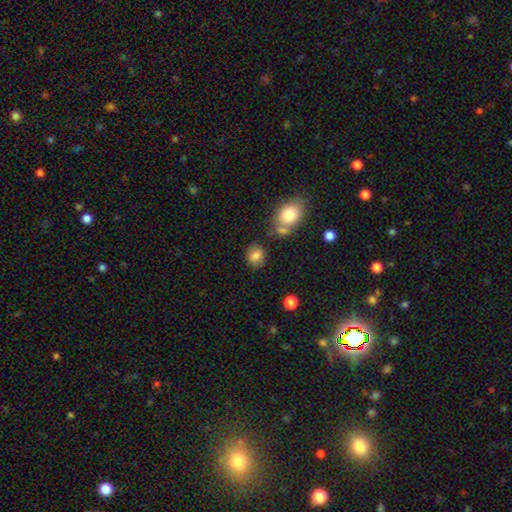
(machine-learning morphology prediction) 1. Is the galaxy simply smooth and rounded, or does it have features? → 82% smooth, 10% star or artifact, 8% featured or disk.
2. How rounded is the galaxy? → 64% round, 35% in between, 1% cigar-shaped.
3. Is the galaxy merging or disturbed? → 75% none, 13% minor disturbance, 8% merger, 4% major disturbance.